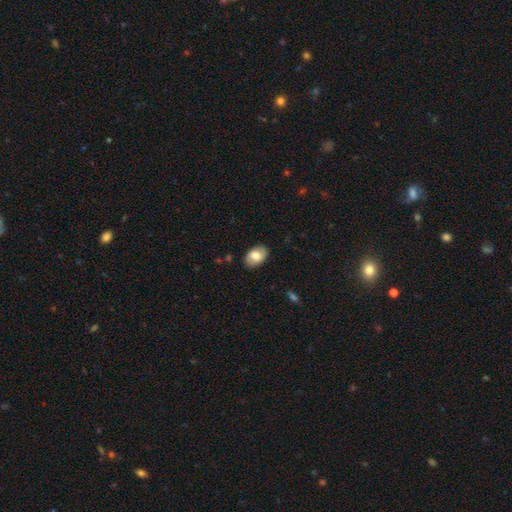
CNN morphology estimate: smooth-or-featured: smooth: 76% | featured or disk: 18% | star or artifact: 6%
  how-rounded: in between: 89% | round: 10% | cigar-shaped: 1%
  merging: none: 86% | minor disturbance: 11% | major disturbance: 2% | merger: 1%